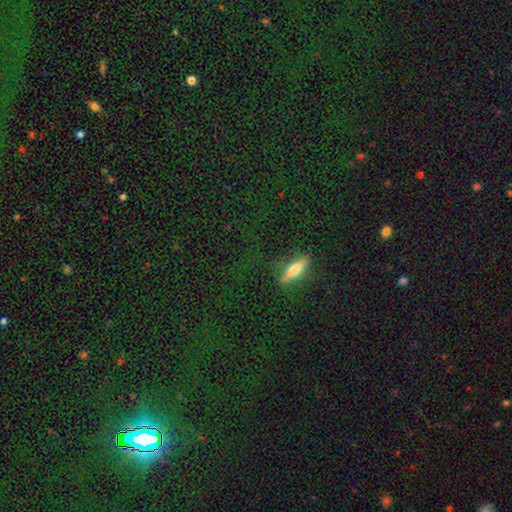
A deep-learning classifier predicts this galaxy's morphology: Smooth or featured? Predicted: smooth (p=0.42). Merging? Predicted: none (p=0.88).